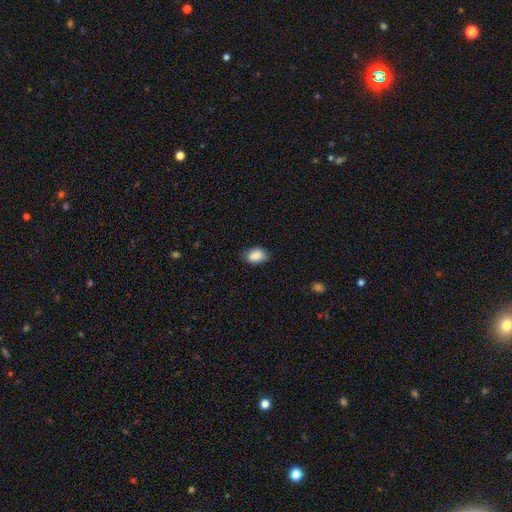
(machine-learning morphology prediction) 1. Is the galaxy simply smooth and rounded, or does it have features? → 88% smooth, 7% star or artifact, 5% featured or disk.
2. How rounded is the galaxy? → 85% in between, 14% round, 1% cigar-shaped.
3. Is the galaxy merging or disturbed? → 82% none, 14% minor disturbance, 3% major disturbance, 1% merger.